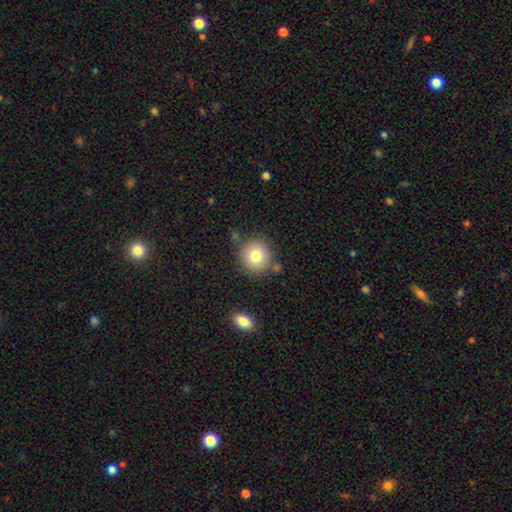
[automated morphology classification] A smooth galaxy with no disk features (79%) that is round (92%).

Vote fractions:
- Smooth or featured? smooth: 79% / featured or disk: 11% / star or artifact: 10%
- How rounded? round: 92% / in between: 7% / cigar-shaped: 1%
- Merging? none: 80% / minor disturbance: 11% / merger: 6% / major disturbance: 3%